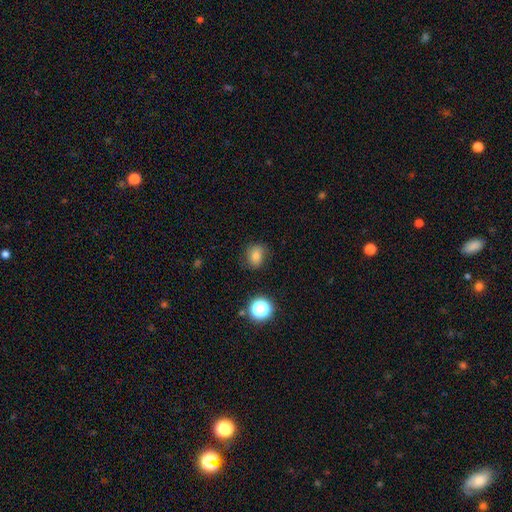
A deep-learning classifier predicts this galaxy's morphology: smooth-or-featured: smooth: 76% | star or artifact: 15% | featured or disk: 9%
  how-rounded: round: 57% | in between: 42% | cigar-shaped: 1%
  merging: none: 79% | minor disturbance: 15% | major disturbance: 4% | merger: 2%